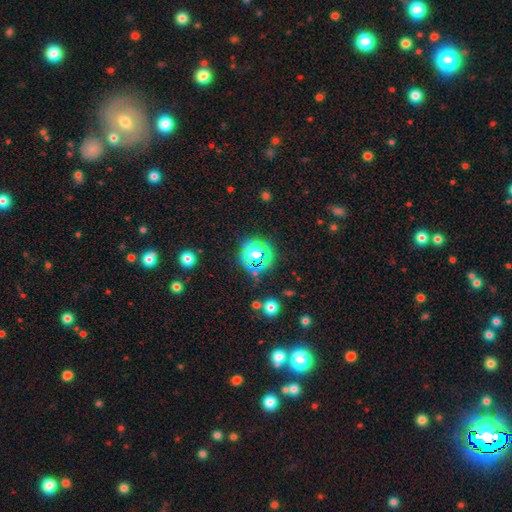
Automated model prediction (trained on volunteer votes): Smooth or featured?
  - star or artifact: 59% *
  - smooth: 31%
  - featured or disk: 11%